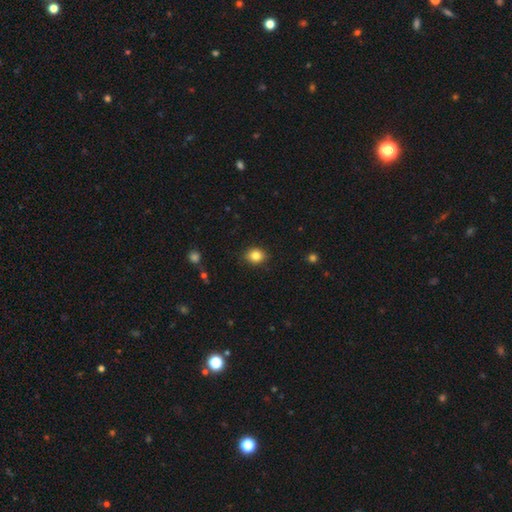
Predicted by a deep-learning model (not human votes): smooth-or-featured: smooth: 84% | star or artifact: 10% | featured or disk: 6%
  how-rounded: round: 58% | in between: 41% | cigar-shaped: 1%
  merging: none: 87% | minor disturbance: 10% | major disturbance: 2% | merger: 1%